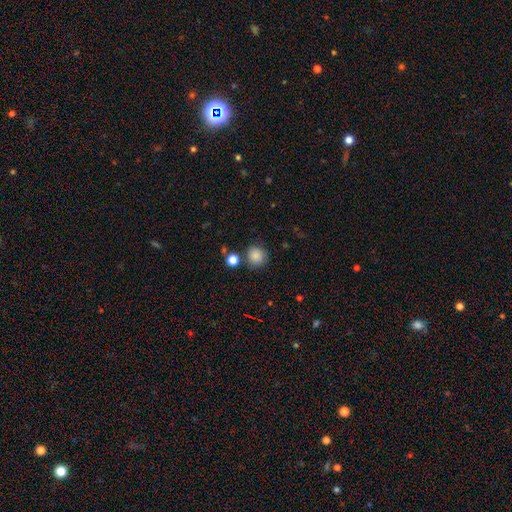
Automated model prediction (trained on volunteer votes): The model was most divided on "merging": none: 81%, minor disturbance: 10%, merger: 6%, major disturbance: 3%. More confident: how rounded — round (93%); smooth or featured — smooth (84%).